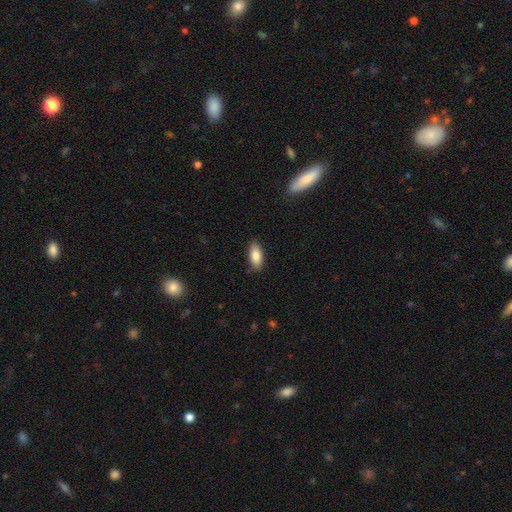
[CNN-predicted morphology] Smooth or featured: smooth — 85% (featured or disk — 9%)
How rounded: in between — 85% (cigar-shaped — 13%)
Merging: none — 86% (minor disturbance — 11%)